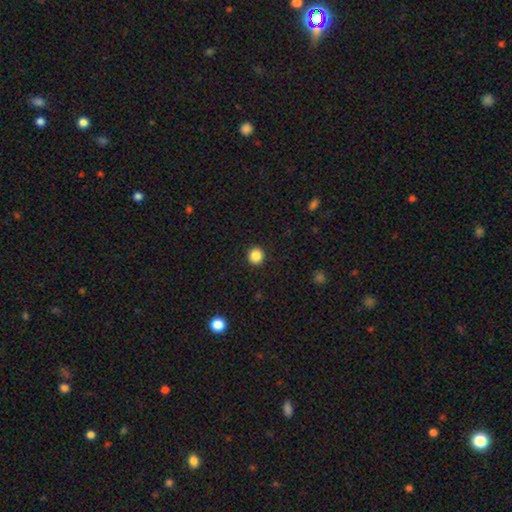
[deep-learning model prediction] Morphology: type=smooth (86%); roundness=round (94%); merging=none (93%).